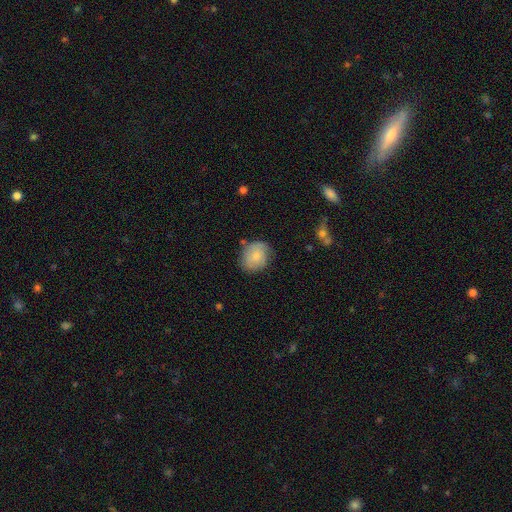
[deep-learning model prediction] Smooth or featured: smooth — 73% (featured or disk — 20%)
How rounded: round — 63% (in between — 36%)
Merging: none — 69% (minor disturbance — 23%)